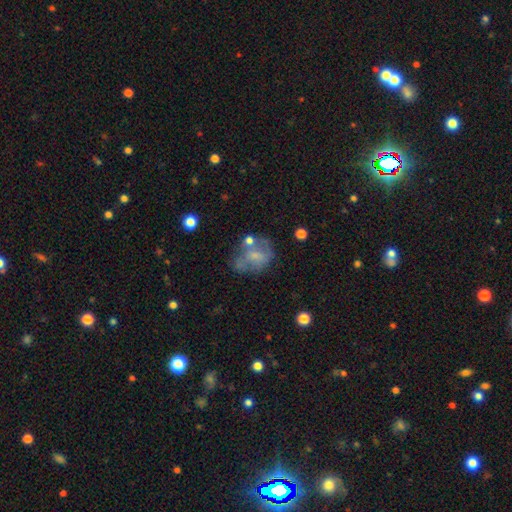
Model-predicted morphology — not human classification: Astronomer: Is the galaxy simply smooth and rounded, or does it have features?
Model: smooth — 45% (runner-up: featured or disk, 44%).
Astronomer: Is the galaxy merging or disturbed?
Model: none — 35% (runner-up: major disturbance, 25%).